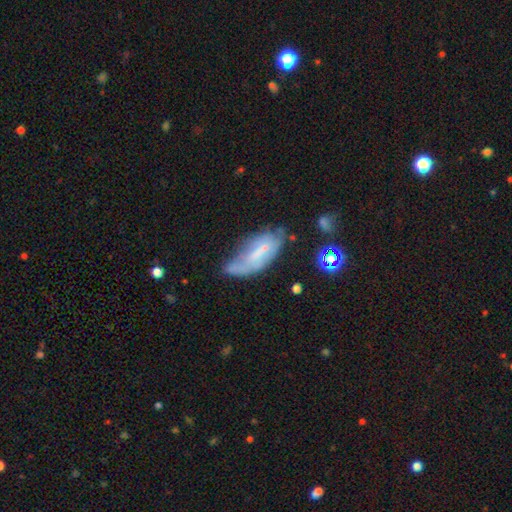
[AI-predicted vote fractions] A featured or disk galaxy (46%). Merging: minor disturbance (35%, tied with none).